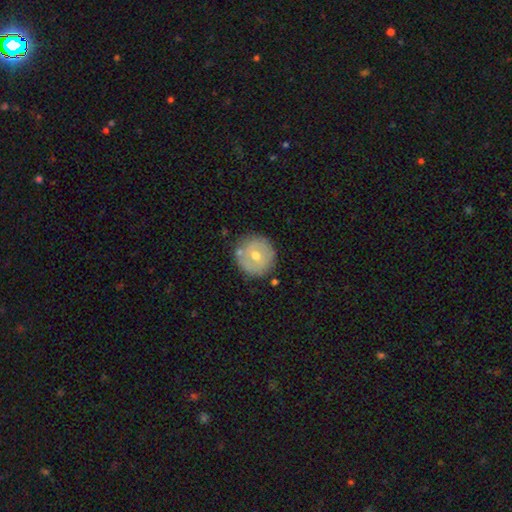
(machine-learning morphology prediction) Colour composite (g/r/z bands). It shows a smooth galaxy with no disk features (49%). Merging: none (81%).